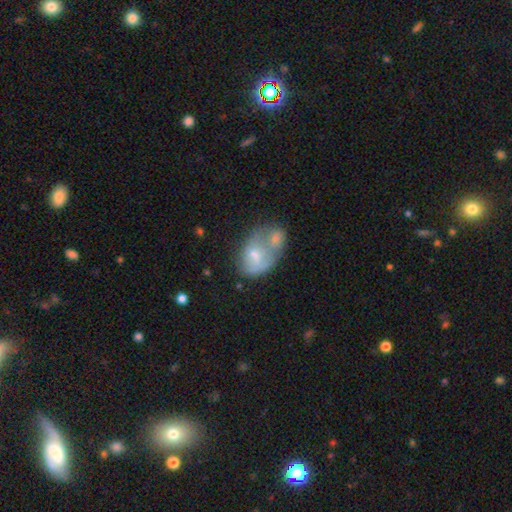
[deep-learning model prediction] smooth-or-featured: smooth: 52% | featured or disk: 40% | star or artifact: 9%
  how-rounded: in between: 76% | round: 23% | cigar-shaped: 1%
  merging: merger: 61% | none: 17% | minor disturbance: 13% | major disturbance: 9%